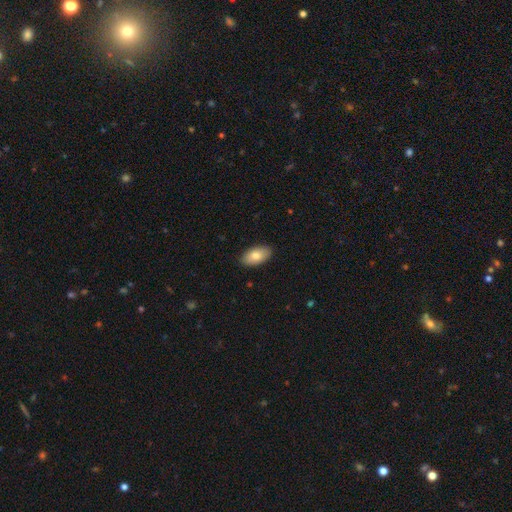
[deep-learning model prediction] This is likely a smooth galaxy (80%). How rounded: clearly in between (94%). Merging: clearly none (89%).